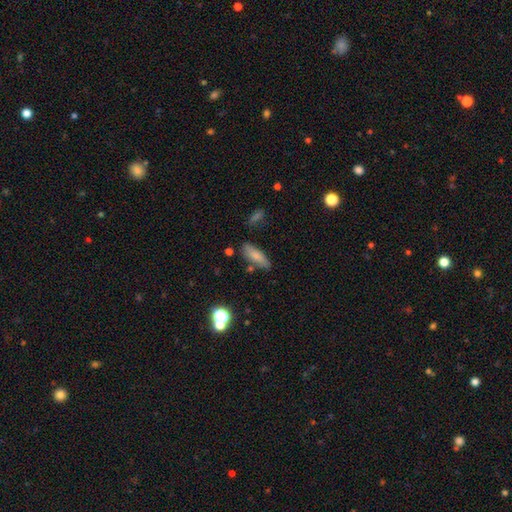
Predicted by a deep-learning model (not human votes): Overall: smooth (79%). How rounded: in between (63%; cigar-shaped 35%). Merging: none (72%).